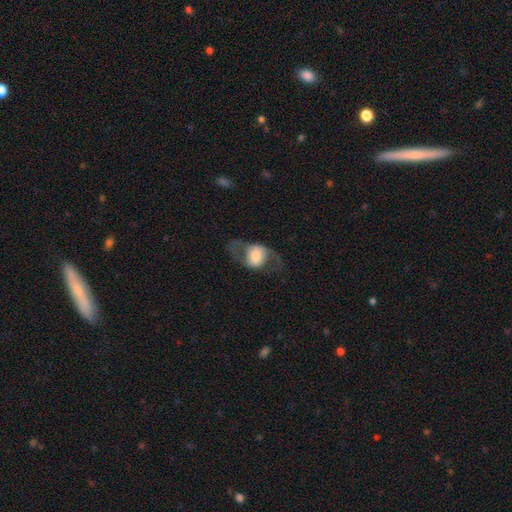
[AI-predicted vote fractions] A featured or disk galaxy (55%). Merging: none (59%).